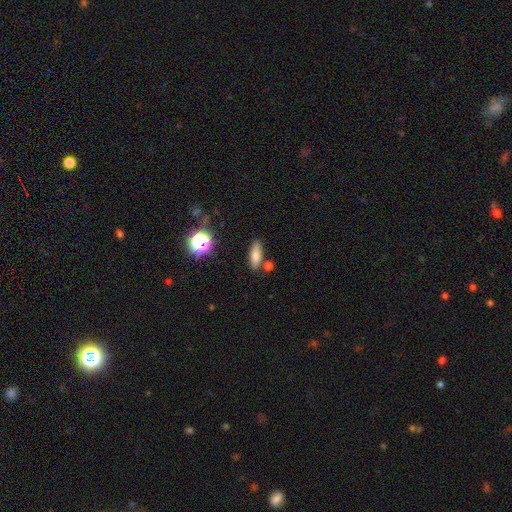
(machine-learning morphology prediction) A smooth galaxy with no disk features (78%) that is in between round and cigar-shaped (59%).

Vote fractions:
- Smooth or featured? smooth: 78% / star or artifact: 12% / featured or disk: 10%
- How rounded? in between: 59% / cigar-shaped: 36% / round: 6%
- Merging? none: 76% / minor disturbance: 12% / merger: 8% / major disturbance: 3%